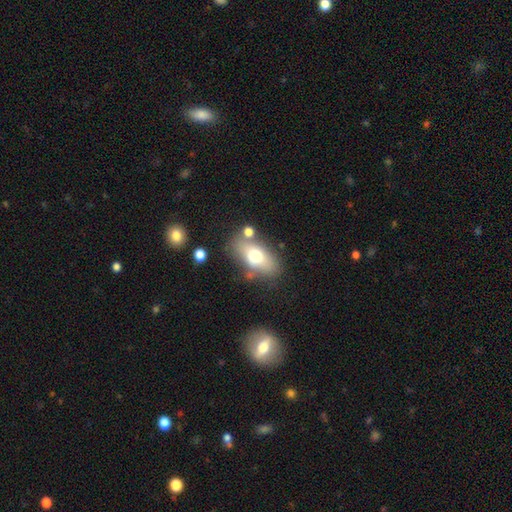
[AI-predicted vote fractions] The model was most divided on "smooth or featured": smooth: 67%, featured or disk: 25%, star or artifact: 9%. More confident: how rounded — in between (86%); merging — none (69%).